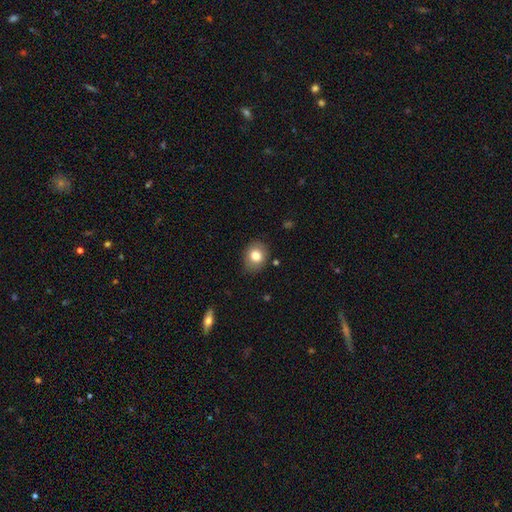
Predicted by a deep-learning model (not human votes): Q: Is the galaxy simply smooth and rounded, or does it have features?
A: smooth — 79%.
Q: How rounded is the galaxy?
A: round — 56%.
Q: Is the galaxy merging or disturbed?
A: none — 84%.